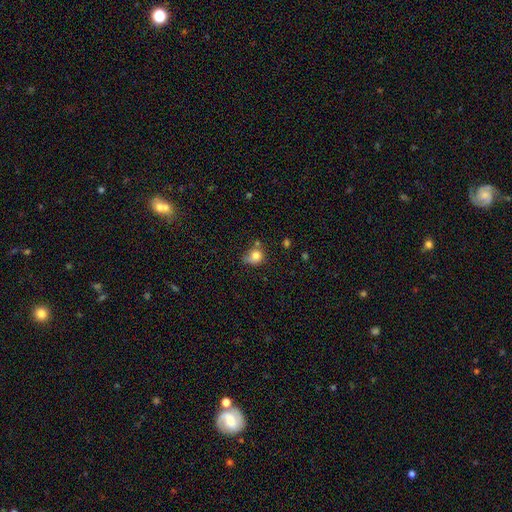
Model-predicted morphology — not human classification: Smooth or featured? Predicted: smooth (p=0.80). How rounded? Predicted: round (p=0.69). Merging? Predicted: none (p=0.45).